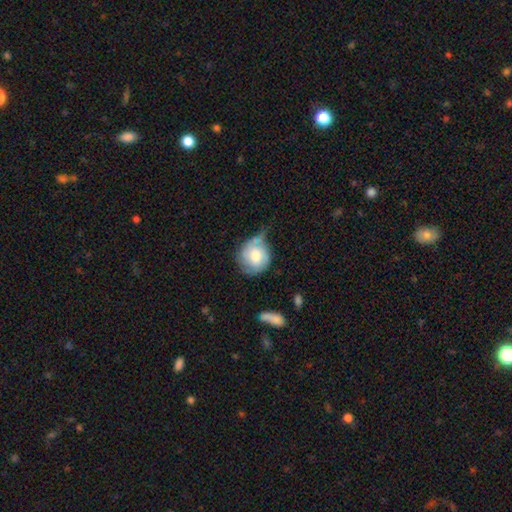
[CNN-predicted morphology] This appears to be a smooth galaxy with no disk features (60%) that is round (81%). Merging: none (38%).